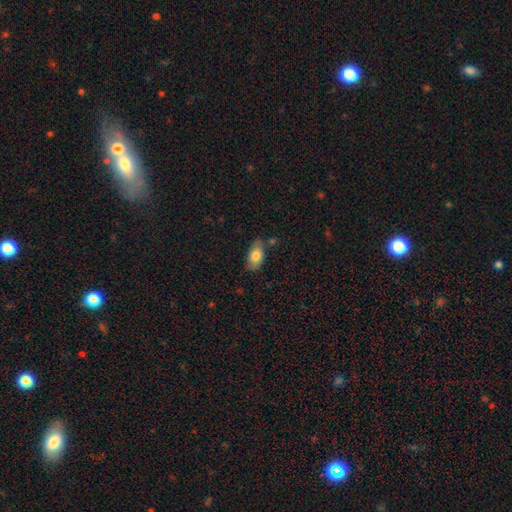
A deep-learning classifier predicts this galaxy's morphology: smooth_or_featured: smooth (p=0.78) [alt: featured or disk p=0.15]
how_rounded: in between (p=0.91) [alt: round p=0.06]
merging: none (p=0.71) [alt: minor disturbance p=0.21]